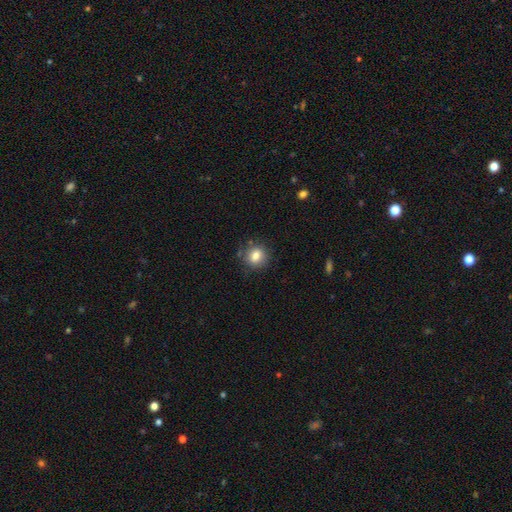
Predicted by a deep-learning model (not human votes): Smooth or featured: smooth — 81% (star or artifact — 10%)
How rounded: round — 83% (in between — 16%)
Merging: none — 84% (minor disturbance — 11%)